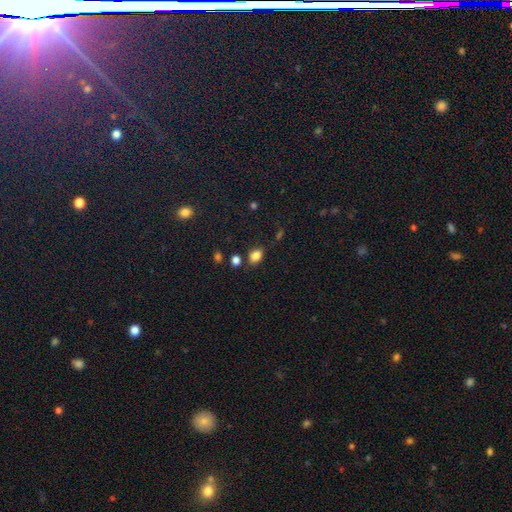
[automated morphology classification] smooth-or-featured: smooth: 82% | star or artifact: 12% | featured or disk: 6%
  how-rounded: in between: 73% | round: 25% | cigar-shaped: 1%
  merging: none: 75% | minor disturbance: 15% | merger: 6% | major disturbance: 4%